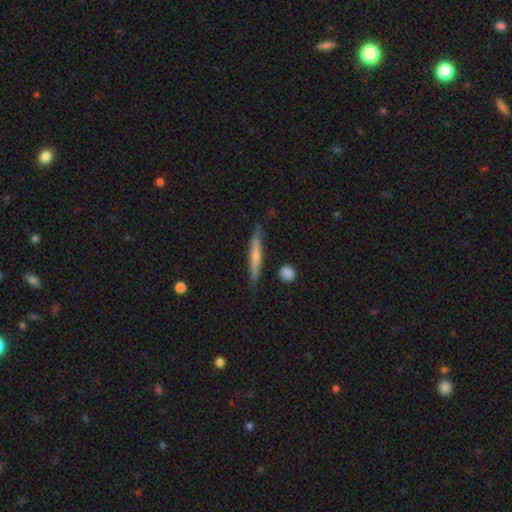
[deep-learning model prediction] This is possibly a smooth galaxy (48%). Merging: likely none (78%).